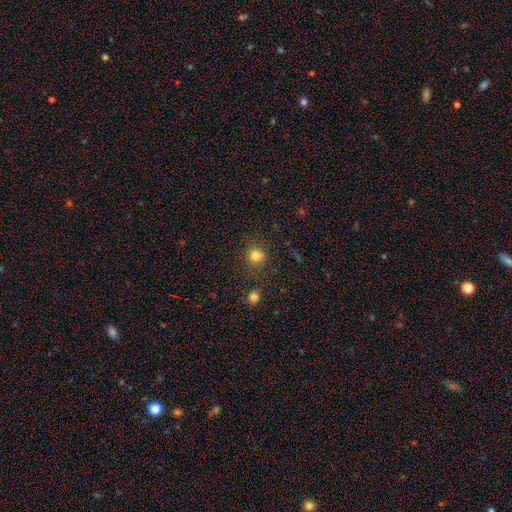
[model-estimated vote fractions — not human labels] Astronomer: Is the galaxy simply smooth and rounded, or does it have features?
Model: smooth — 80%.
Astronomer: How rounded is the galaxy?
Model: round — 91%.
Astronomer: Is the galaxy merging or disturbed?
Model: none — 82%.